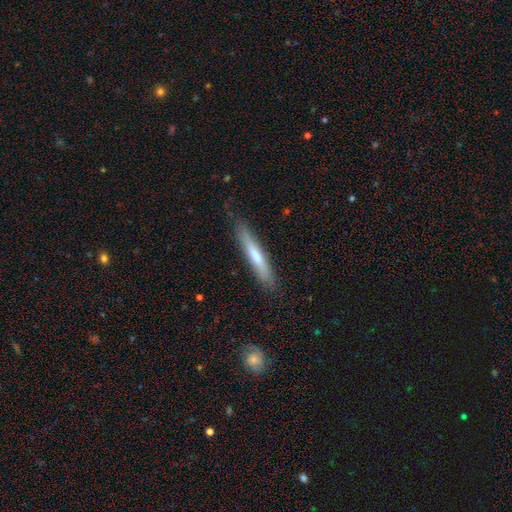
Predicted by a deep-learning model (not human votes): This appears to be a smooth galaxy with no disk features (63%) that is cigar-shaped (92%). Merging: none (83%).